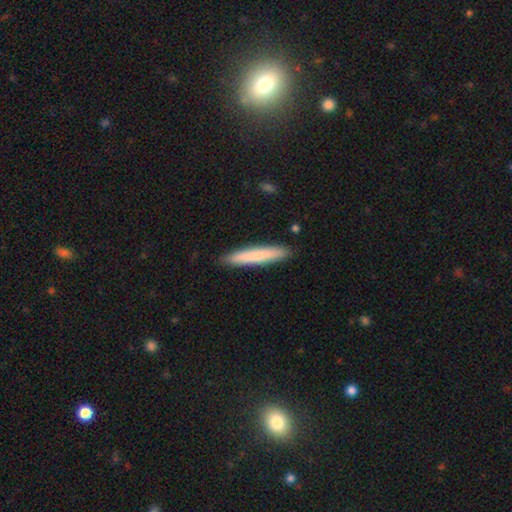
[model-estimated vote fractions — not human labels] smooth_or_featured: smooth (p=0.77) [alt: featured or disk p=0.18]
how_rounded: cigar-shaped (p=0.94) [alt: in between p=0.05]
merging: none (p=0.90) [alt: minor disturbance p=0.07]